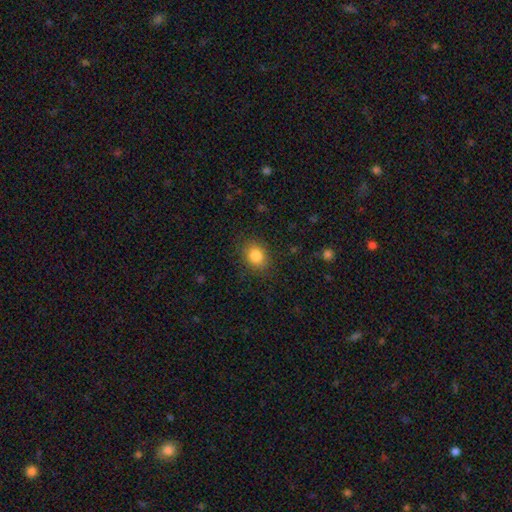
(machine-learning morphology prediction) Overall: smooth (83%). How rounded: round (52%; in between 47%). Merging: none (86%).